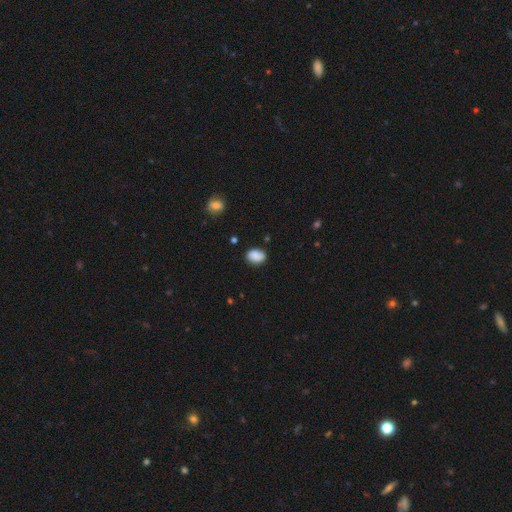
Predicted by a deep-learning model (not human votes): smooth 83%, star or artifact 9%, featured or disk 8%. Down the decision tree: how rounded — in between (69%); merging — none (72%).